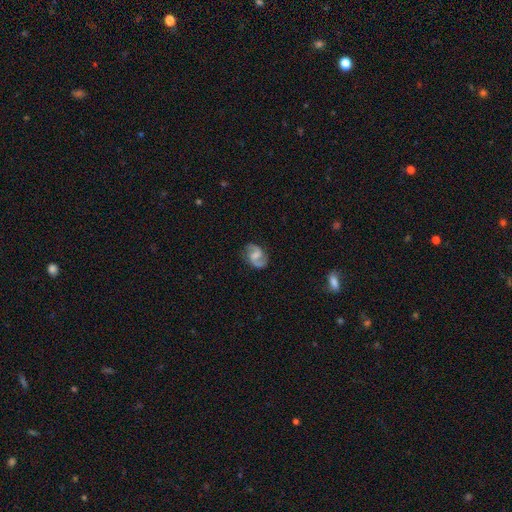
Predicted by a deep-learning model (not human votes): A featured or disk galaxy (79%) with a weak bar (53%), 2 (92%) medium (51%) spiral arms (95%) and a moderate central bulge (35%).

Vote fractions:
- Smooth or featured? featured or disk: 79% / smooth: 15% / star or artifact: 6%
- Edge-on disk? no: 98% / yes: 2%
- Bar? weak: 53% / no: 31% / strong: 16%
- Spiral arms? yes: 95% / no: 5%
- Spiral winding? medium: 51% / loose: 33% / tight: 15%
- Spiral arm count? 2: 92% / can't tell: 3% / 1: 2% / 3: 1% / 4: 1% / more than 4: 1%
- Bulge size? moderate: 35% / small: 34% / none: 24% / large: 6% / dominant: 1%
- Merging? none: 80% / minor disturbance: 14% / major disturbance: 5% / merger: 1%